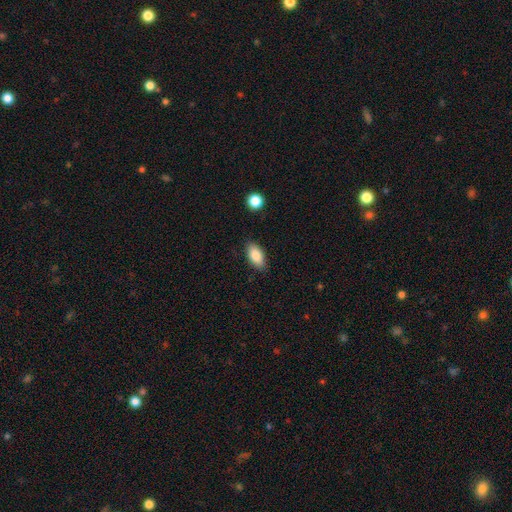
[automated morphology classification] Smooth or featured? Predicted: smooth (p=0.85). How rounded? Predicted: in between (p=0.91). Merging? Predicted: none (p=0.85).